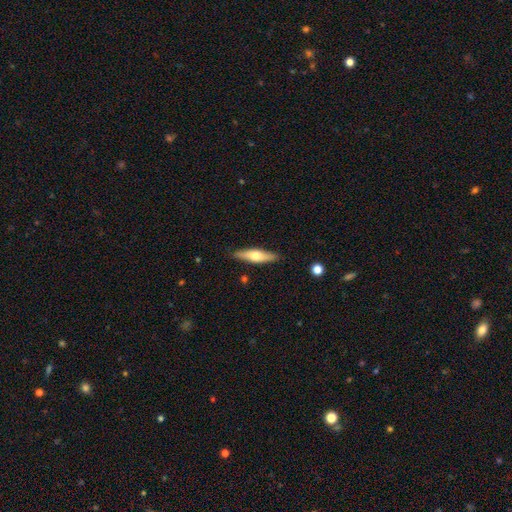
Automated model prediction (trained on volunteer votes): A smooth galaxy with no disk features (50%) that is cigar-shaped (68%). Merging: none (87%).